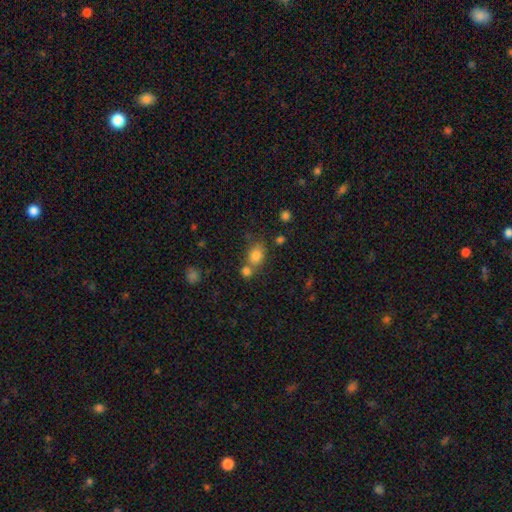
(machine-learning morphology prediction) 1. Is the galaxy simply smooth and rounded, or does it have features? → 81% smooth, 12% star or artifact, 8% featured or disk.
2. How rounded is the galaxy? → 59% in between, 39% round, 2% cigar-shaped.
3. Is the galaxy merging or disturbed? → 51% none, 32% merger, 12% minor disturbance, 4% major disturbance.